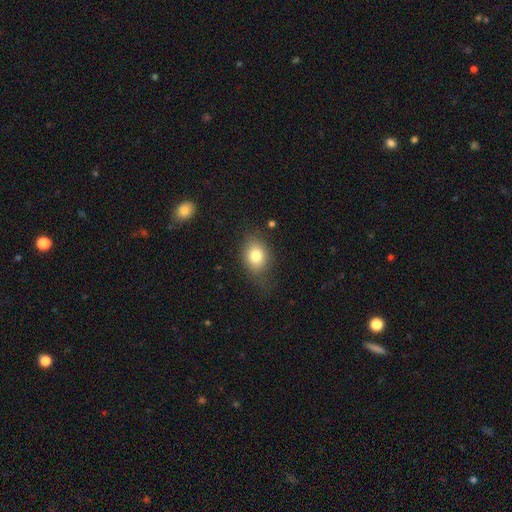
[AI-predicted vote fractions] This is clearly a smooth galaxy (80%). How rounded: likely in between (64%). Merging: likely none (66%).